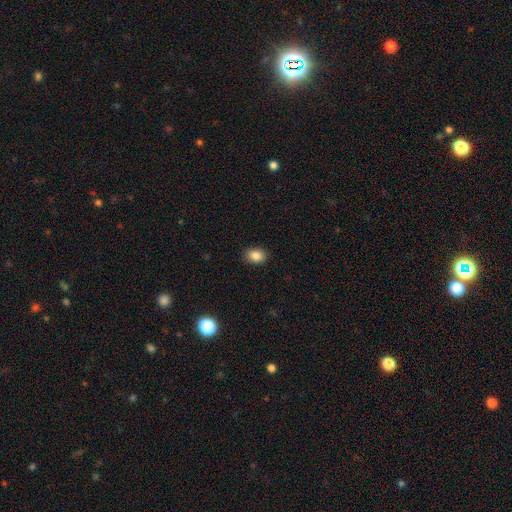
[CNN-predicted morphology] A smooth galaxy with no disk features (85%) that is in between round and cigar-shaped (64%).

Vote fractions:
- Smooth or featured? smooth: 85% / star or artifact: 9% / featured or disk: 5%
- How rounded? in between: 64% / round: 35% / cigar-shaped: 1%
- Merging? none: 89% / minor disturbance: 8% / major disturbance: 2% / merger: 1%